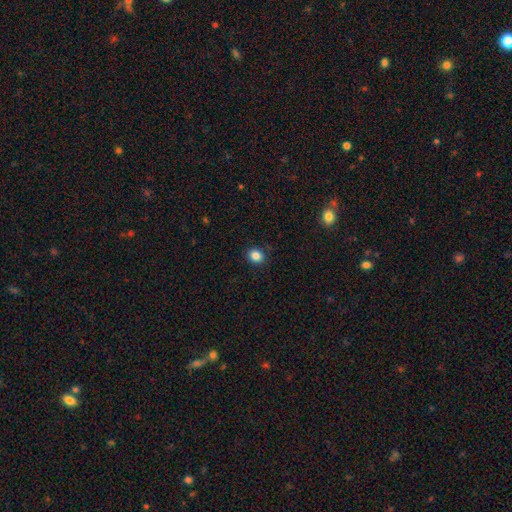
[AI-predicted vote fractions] Smooth or featured?
  - smooth: 85% *
  - star or artifact: 10%
  - featured or disk: 4%
How rounded?
  - round: 63% *
  - in between: 36%
  - cigar-shaped: 1%
Merging?
  - none: 89% *
  - minor disturbance: 8%
  - major disturbance: 2%
  - merger: 1%